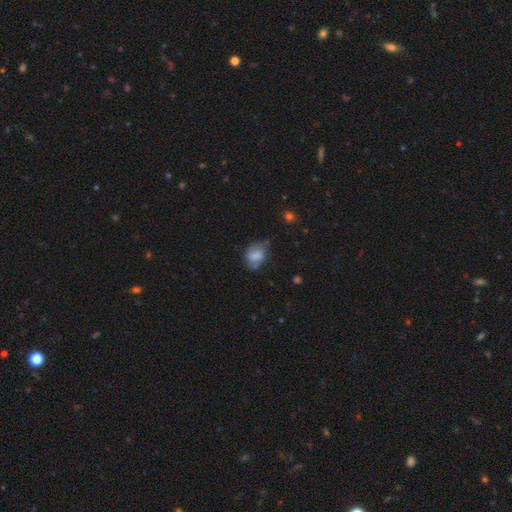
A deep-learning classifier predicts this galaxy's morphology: This appears to be a smooth galaxy with no disk features (64%) that is in between round and cigar-shaped (62%). Merging: none (45%).